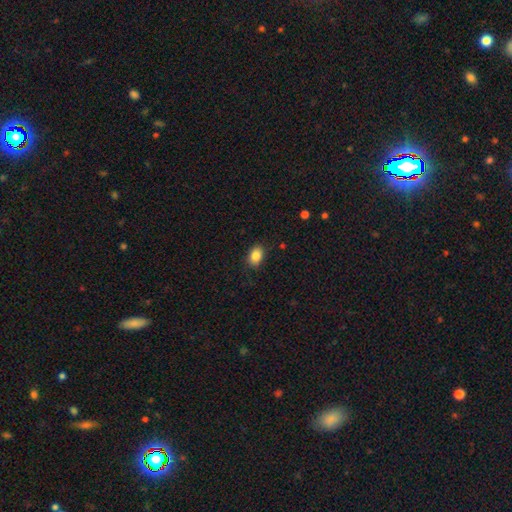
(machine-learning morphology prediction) Q: Smooth or featured?
A: smooth (86%); runner-up: star or artifact (9%)
Q: How rounded?
A: in between (79%); runner-up: round (19%)
Q: Merging?
A: none (86%); runner-up: minor disturbance (11%)